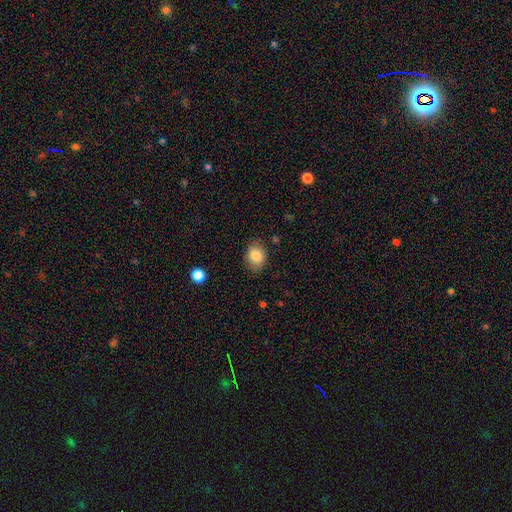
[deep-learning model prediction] Morphology: type=smooth (85%); roundness=in between (64%); merging=none (80%).